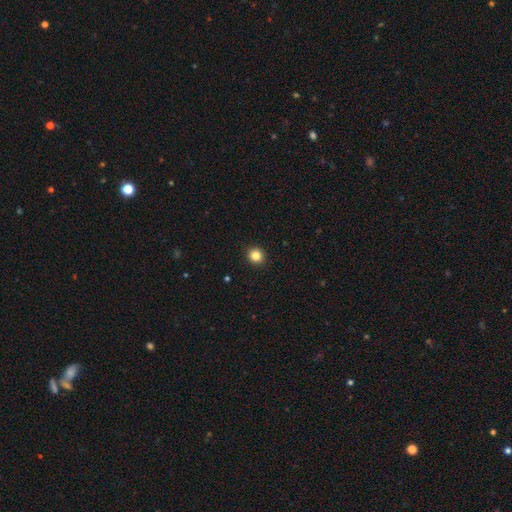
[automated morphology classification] This appears to be a smooth galaxy with no disk features (84%) that is round (92%). Merging: none (93%).